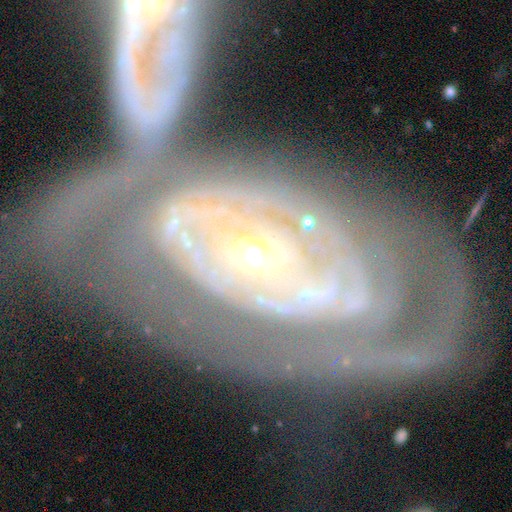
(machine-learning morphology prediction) A featured or disk galaxy (87%) with no bar (56%), tight (67%) spiral arms (83%) and a small central bulge (59%). Merging: merger (40%).